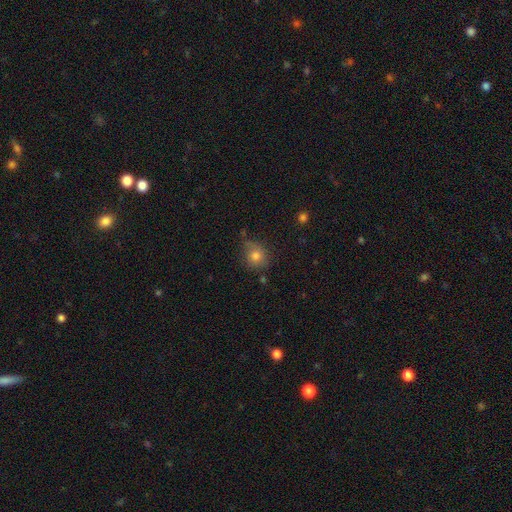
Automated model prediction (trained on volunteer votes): Smooth or featured?
  - smooth: 79% *
  - star or artifact: 11%
  - featured or disk: 10%
How rounded?
  - round: 81% *
  - in between: 18%
  - cigar-shaped: 1%
Merging?
  - none: 66% *
  - minor disturbance: 24%
  - major disturbance: 6%
  - merger: 4%